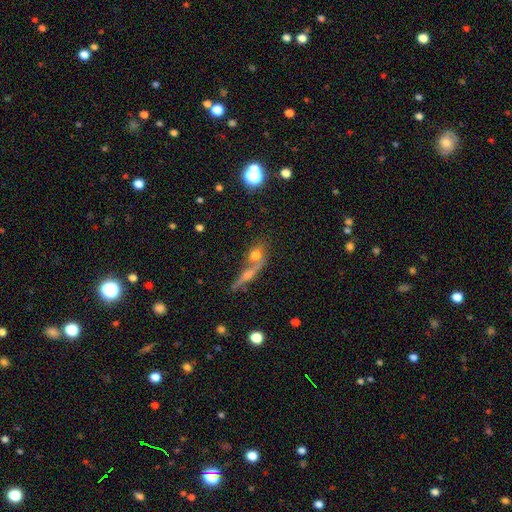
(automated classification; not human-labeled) smooth 57%, featured or disk 28%, star or artifact 15%. Down the decision tree: how rounded — round (47%); merging — merger (44%).